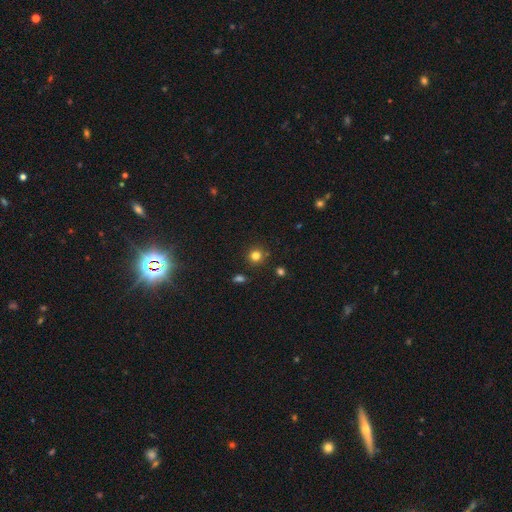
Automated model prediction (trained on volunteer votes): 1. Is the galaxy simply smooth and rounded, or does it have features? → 79% smooth, 16% star or artifact, 6% featured or disk.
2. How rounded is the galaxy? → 92% round, 7% in between, 1% cigar-shaped.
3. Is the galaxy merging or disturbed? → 86% none, 8% minor disturbance, 4% merger, 2% major disturbance.